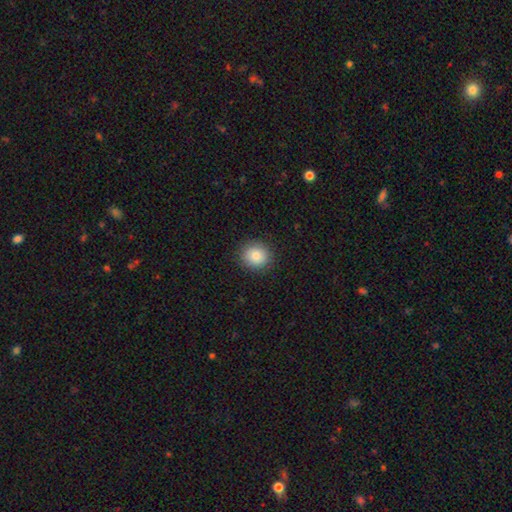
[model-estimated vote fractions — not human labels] This appears to be a smooth galaxy with no disk features (85%) that is round (85%). Merging: none (90%).